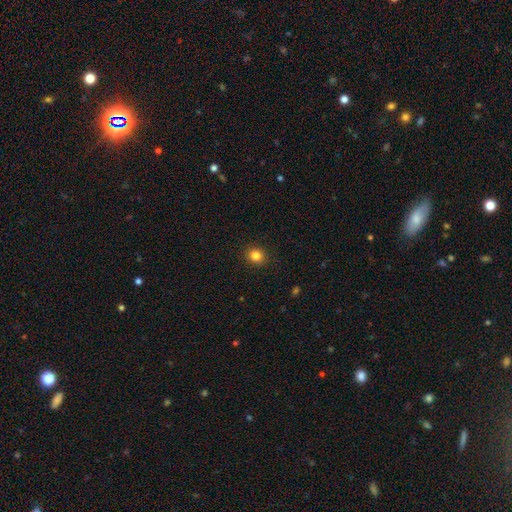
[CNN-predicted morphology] smooth_or_featured: smooth (p=0.84) [alt: star or artifact p=0.11]
how_rounded: round (p=0.78) [alt: in between p=0.21]
merging: none (p=0.91) [alt: minor disturbance p=0.06]